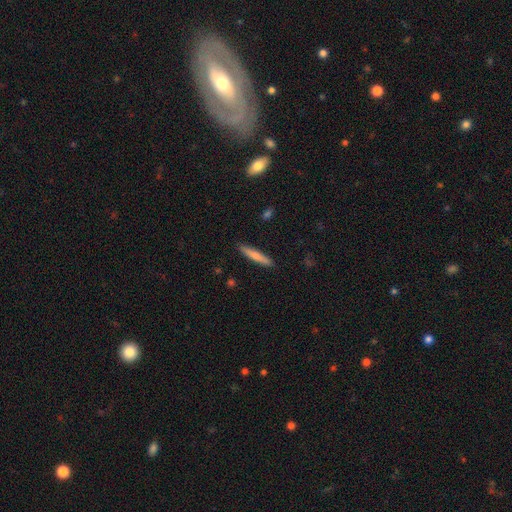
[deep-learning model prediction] A smooth galaxy with no disk features (73%) that is cigar-shaped (92%).

Vote fractions:
- Smooth or featured? smooth: 73% / featured or disk: 22% / star or artifact: 6%
- How rounded? cigar-shaped: 92% / in between: 6% / round: 1%
- Merging? none: 90% / minor disturbance: 7% / major disturbance: 1% / merger: 1%